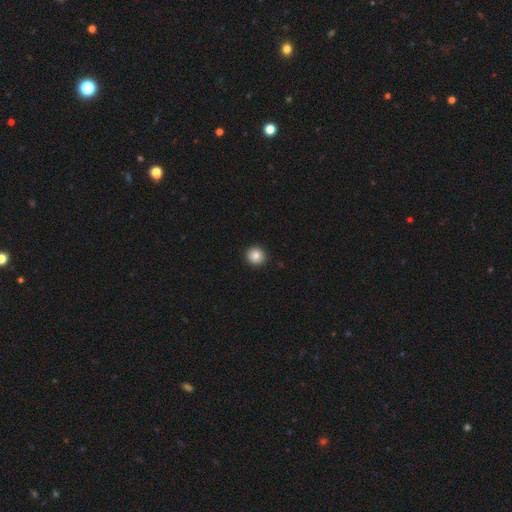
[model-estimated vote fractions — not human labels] This is clearly a smooth galaxy (86%). How rounded: clearly round (94%). Merging: clearly none (93%).